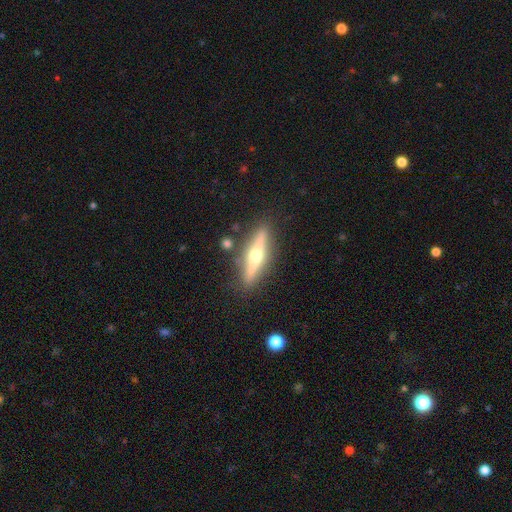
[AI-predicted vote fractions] Smooth or featured: featured or disk — 70% (smooth — 24%)
Edge-on disk: yes — 95% (no — 5%)
Edge-on bulge: rounded — 94% (none — 3%)
Merging: none — 86% (minor disturbance — 8%)